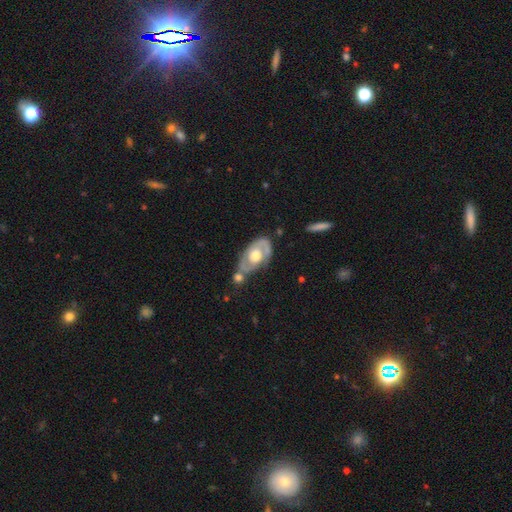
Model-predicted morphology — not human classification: This appears to be a featured or disk galaxy (73%) with no bar (76%), spiral arms (73%) and a moderate central bulge (64%). Merging: none (51%).